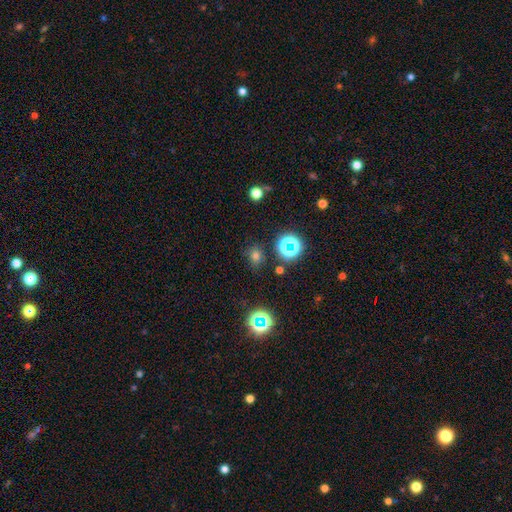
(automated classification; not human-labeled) This appears to be a smooth galaxy with no disk features (64%) that is round (69%). Merging: none (83%).